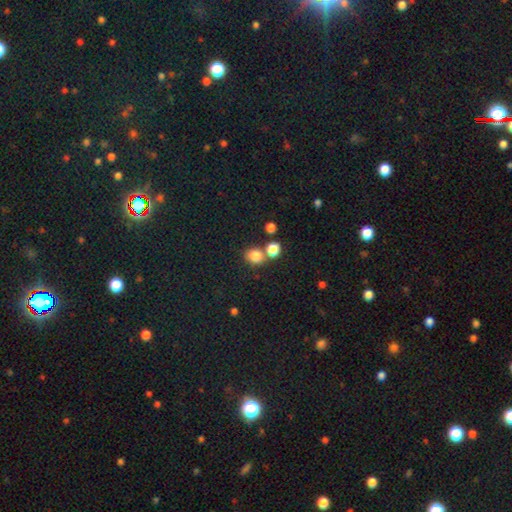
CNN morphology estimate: smooth 80%, star or artifact 13%, featured or disk 7%. Down the decision tree: how rounded — round (67%); merging — none (58%).